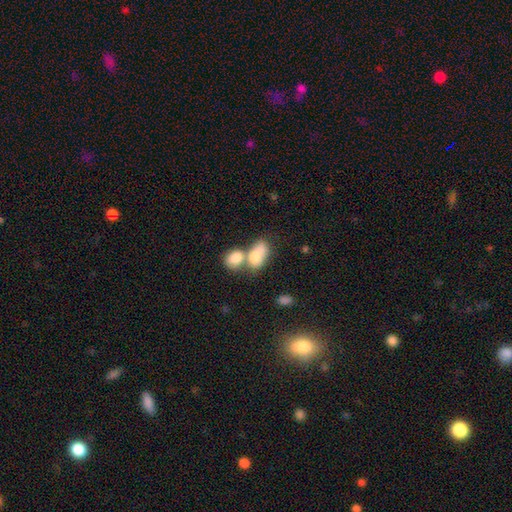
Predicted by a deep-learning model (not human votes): smooth_or_featured: smooth (p=0.79) [alt: featured or disk p=0.14]
how_rounded: in between (p=0.86) [alt: round p=0.11]
merging: merger (p=0.65) [alt: none p=0.21]